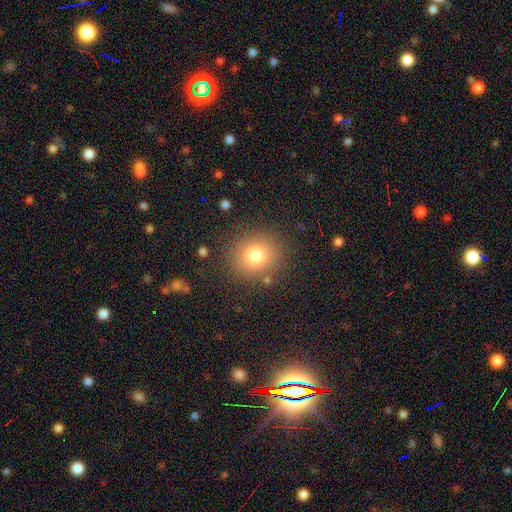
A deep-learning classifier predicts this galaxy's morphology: Smooth or featured?
  - smooth: 77% *
  - star or artifact: 13%
  - featured or disk: 9%
How rounded?
  - round: 87% *
  - in between: 13%
  - cigar-shaped: 1%
Merging?
  - none: 85% *
  - minor disturbance: 8%
  - major disturbance: 4%
  - merger: 2%